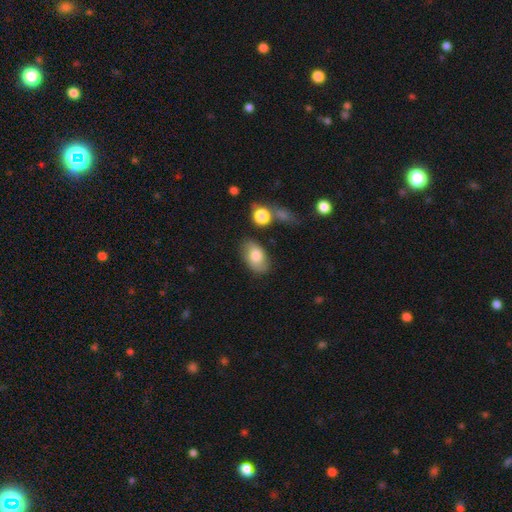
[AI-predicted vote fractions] A smooth galaxy with no disk features (77%) that is in between round and cigar-shaped (91%).

Vote fractions:
- Smooth or featured? smooth: 77% / featured or disk: 16% / star or artifact: 7%
- How rounded? in between: 91% / round: 7% / cigar-shaped: 2%
- Merging? none: 77% / minor disturbance: 15% / major disturbance: 4% / merger: 4%